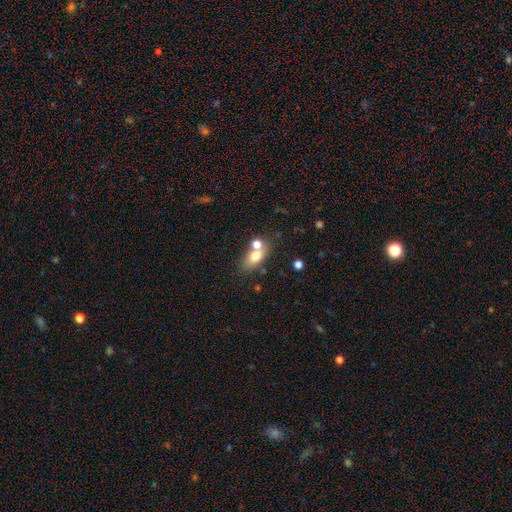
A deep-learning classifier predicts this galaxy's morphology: Q: Smooth or featured?
A: smooth (71%); runner-up: featured or disk (19%)
Q: How rounded?
A: in between (76%); runner-up: round (18%)
Q: Merging?
A: none (44%); runner-up: merger (40%)